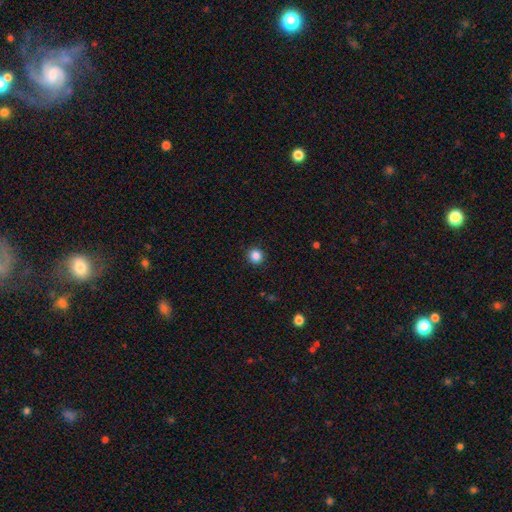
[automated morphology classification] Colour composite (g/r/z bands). It shows a smooth galaxy with no disk features (85%) that is round (94%). Merging: none (92%).